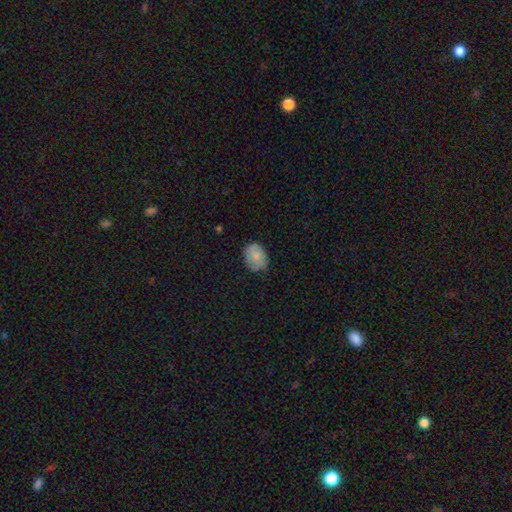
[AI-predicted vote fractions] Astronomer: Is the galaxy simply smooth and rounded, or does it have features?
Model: smooth — 80%.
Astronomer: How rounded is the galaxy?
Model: in between — 58% (runner-up: round, 41%).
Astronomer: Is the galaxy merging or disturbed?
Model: none — 77%.